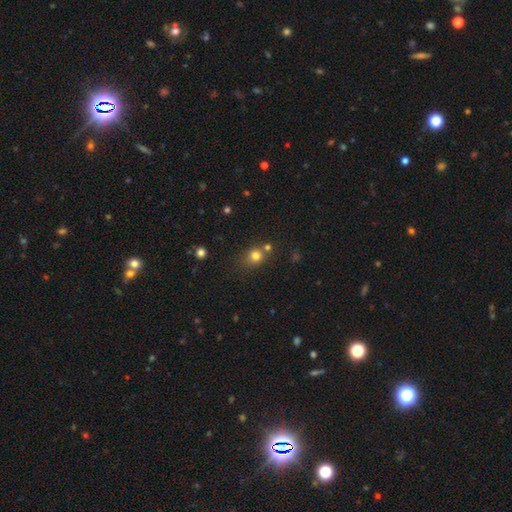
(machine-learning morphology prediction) Smooth or featured? smooth (77%)
How rounded? round (75%)
Merging? none (62%)